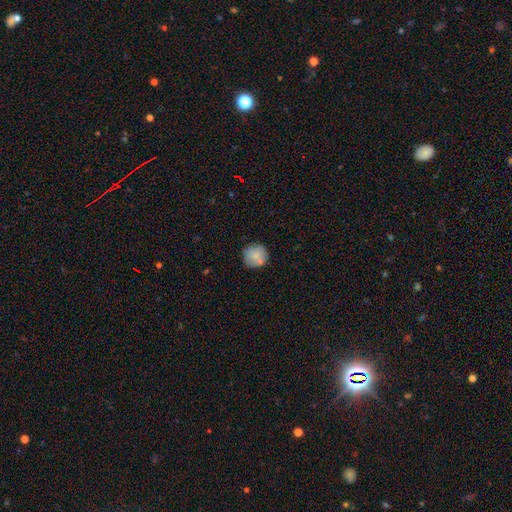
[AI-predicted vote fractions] Smooth or featured?
  - smooth: 79% *
  - featured or disk: 13%
  - star or artifact: 8%
How rounded?
  - round: 91% *
  - in between: 8%
  - cigar-shaped: 1%
Merging?
  - none: 74% *
  - minor disturbance: 14%
  - merger: 9%
  - major disturbance: 3%